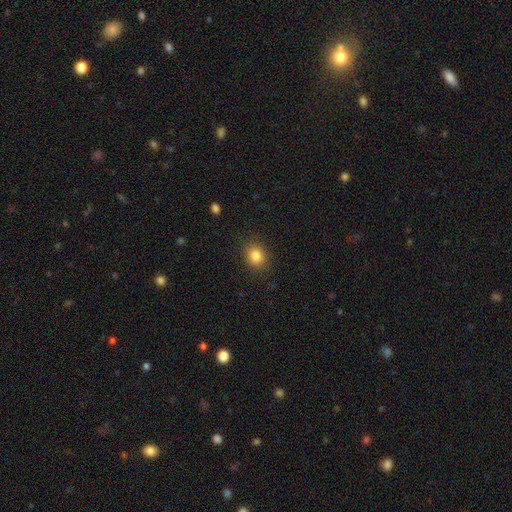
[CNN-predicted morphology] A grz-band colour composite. It shows a smooth galaxy with no disk features (84%) that is round (67%). Merging: none (88%).